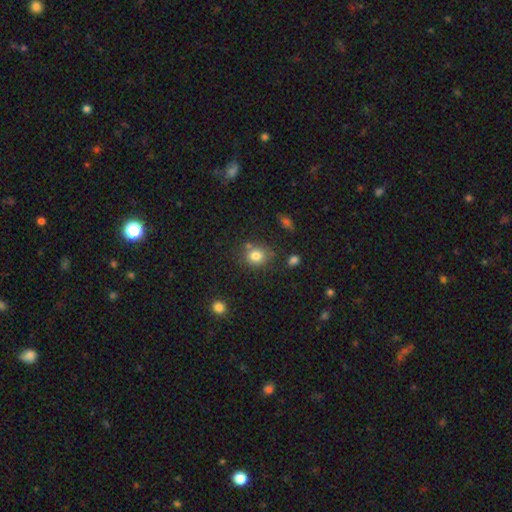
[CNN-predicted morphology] type=smooth (81%); roundness=round (75%); merging=none (72%).